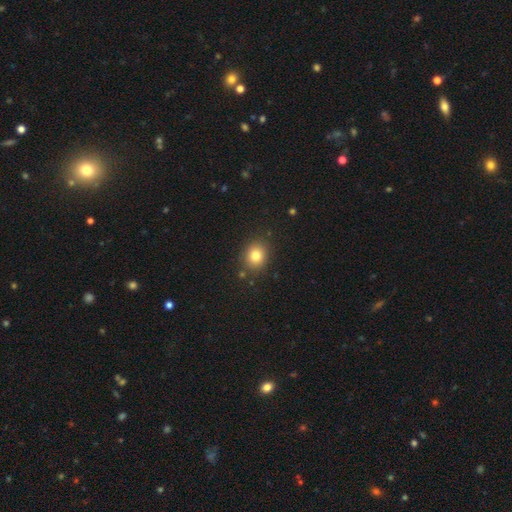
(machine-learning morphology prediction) smooth 81%, star or artifact 12%, featured or disk 7%. Down the decision tree: how rounded — round (69%); merging — none (85%).